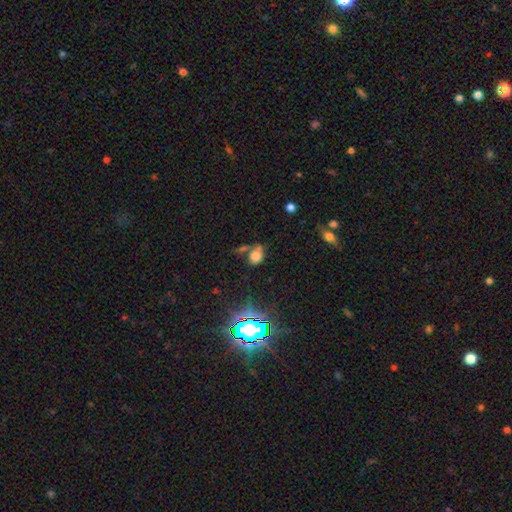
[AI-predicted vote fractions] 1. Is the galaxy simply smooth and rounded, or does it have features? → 65% smooth, 23% star or artifact, 12% featured or disk.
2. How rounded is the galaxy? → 58% in between, 40% round, 2% cigar-shaped.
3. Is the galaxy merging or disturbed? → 37% none, 29% merger, 20% minor disturbance, 14% major disturbance.